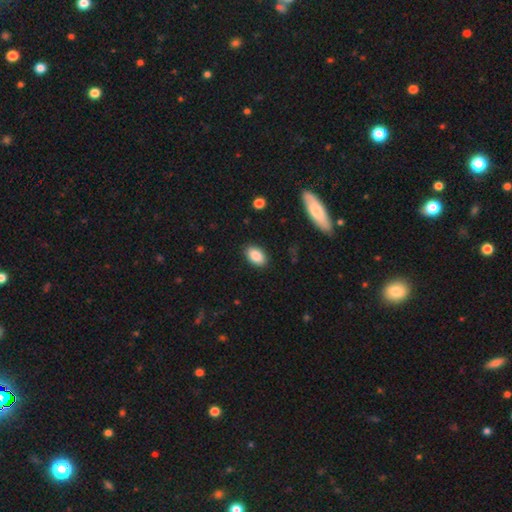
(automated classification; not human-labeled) smooth_or_featured: smooth (p=0.87) [alt: star or artifact p=0.07]
how_rounded: in between (p=0.90) [alt: round p=0.08]
merging: none (p=0.88) [alt: minor disturbance p=0.09]